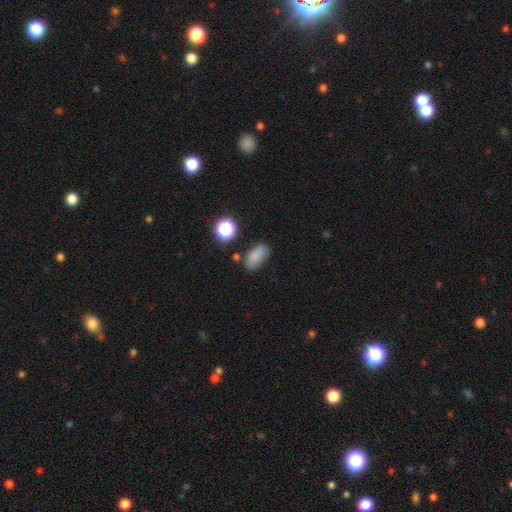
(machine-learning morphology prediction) smooth-or-featured: smooth: 79% | star or artifact: 13% | featured or disk: 9%
  how-rounded: in between: 86% | round: 9% | cigar-shaped: 5%
  merging: none: 69% | minor disturbance: 20% | major disturbance: 6% | merger: 5%